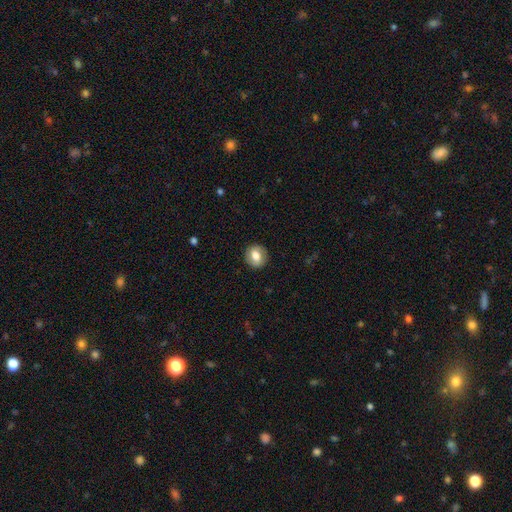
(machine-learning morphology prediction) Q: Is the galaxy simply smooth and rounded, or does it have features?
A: smooth — 70%.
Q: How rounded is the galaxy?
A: round — 75%.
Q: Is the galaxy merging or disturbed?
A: none — 88%.